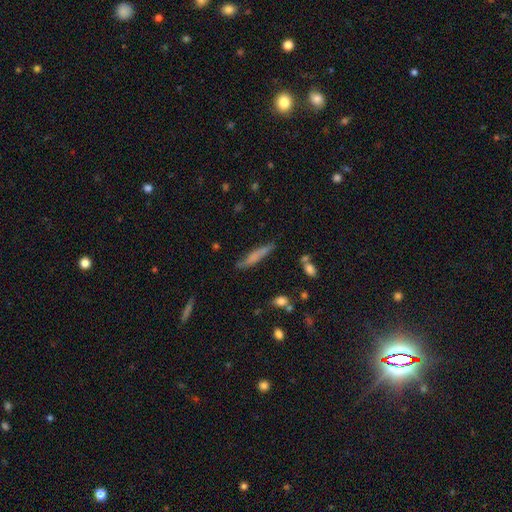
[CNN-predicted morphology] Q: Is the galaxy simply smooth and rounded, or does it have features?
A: smooth — 60%.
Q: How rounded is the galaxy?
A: cigar-shaped — 90%.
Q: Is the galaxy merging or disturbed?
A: none — 76%.